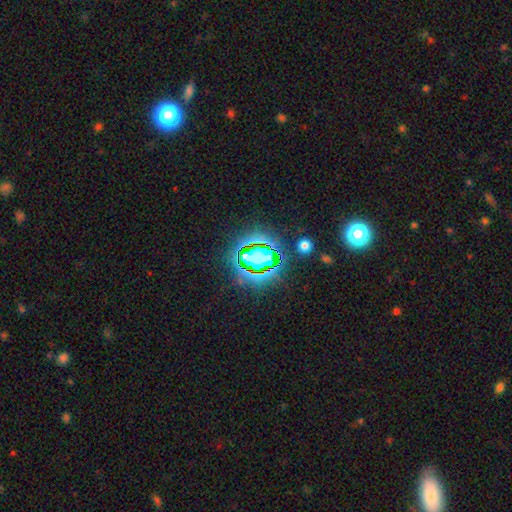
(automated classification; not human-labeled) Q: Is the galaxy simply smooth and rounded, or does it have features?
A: star or artifact — 78%.